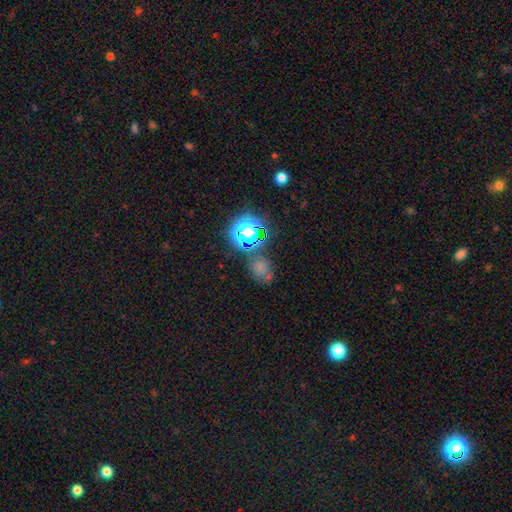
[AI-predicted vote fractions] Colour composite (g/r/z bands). It shows a star or artifact, not a galaxy (63%).